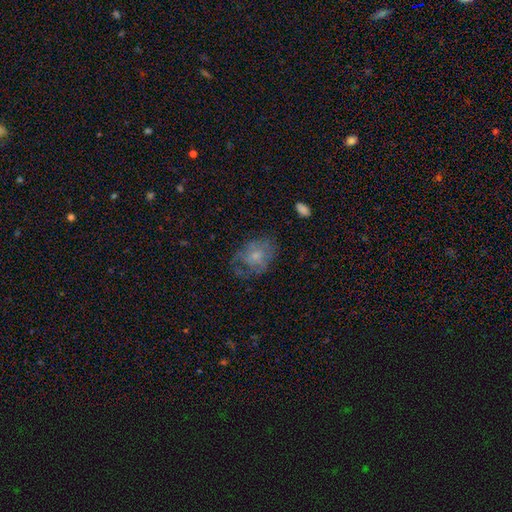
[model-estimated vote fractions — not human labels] Smooth or featured?
  - smooth: 47% *
  - featured or disk: 43%
  - star or artifact: 10%
Merging?
  - none: 47% *
  - major disturbance: 26%
  - minor disturbance: 25%
  - merger: 2%